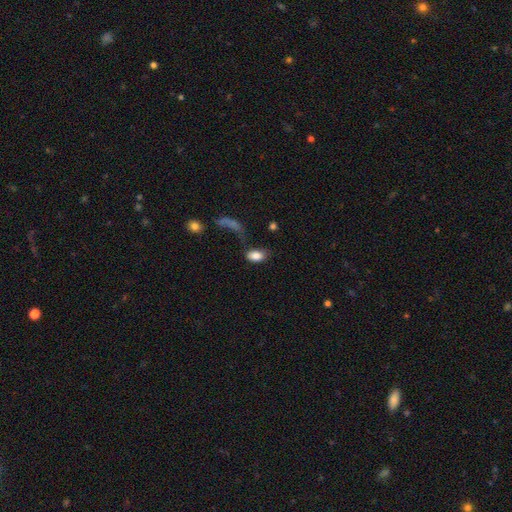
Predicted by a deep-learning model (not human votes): smooth 84%, featured or disk 9%, star or artifact 8%. Down the decision tree: how rounded — in between (89%); merging — none (46%).